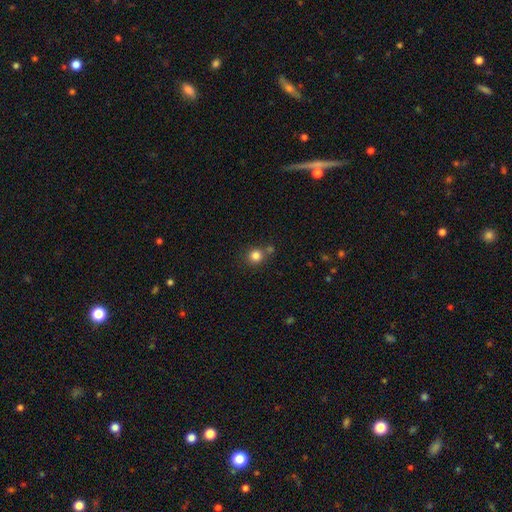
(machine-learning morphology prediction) A smooth galaxy with no disk features (82%) that is round (89%).

Vote fractions:
- Smooth or featured? smooth: 82% / star or artifact: 12% / featured or disk: 6%
- How rounded? round: 89% / in between: 10% / cigar-shaped: 1%
- Merging? none: 70% / merger: 16% / minor disturbance: 10% / major disturbance: 3%